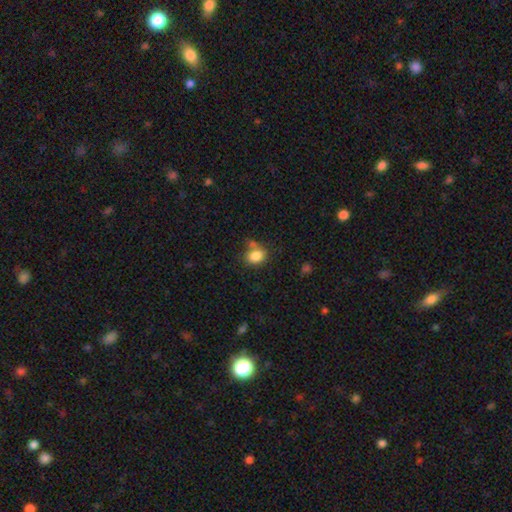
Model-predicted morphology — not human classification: smooth_or_featured: smooth (p=0.84) [alt: star or artifact p=0.09]
how_rounded: in between (p=0.60) [alt: round p=0.39]
merging: none (p=0.59) [alt: minor disturbance p=0.18]